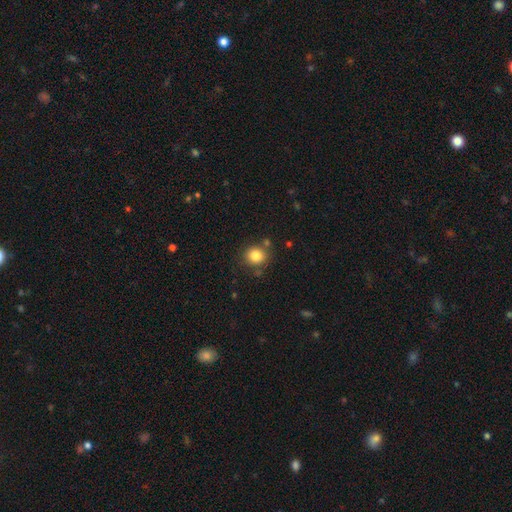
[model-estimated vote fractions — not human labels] Smooth or featured?
  - smooth: 84% *
  - star or artifact: 10%
  - featured or disk: 6%
How rounded?
  - round: 81% *
  - in between: 18%
  - cigar-shaped: 1%
Merging?
  - none: 78% *
  - minor disturbance: 12%
  - merger: 7%
  - major disturbance: 4%